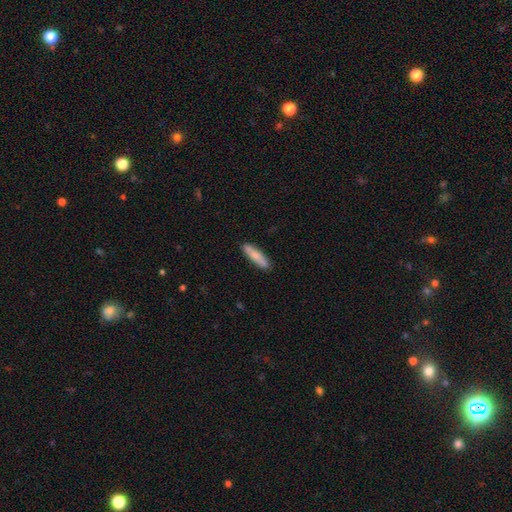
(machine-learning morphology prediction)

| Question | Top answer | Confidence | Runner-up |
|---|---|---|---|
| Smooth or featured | smooth | 76% | featured or disk (18%) |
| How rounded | cigar-shaped | 77% | in between (21%) |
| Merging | none | 89% | minor disturbance (9%) |